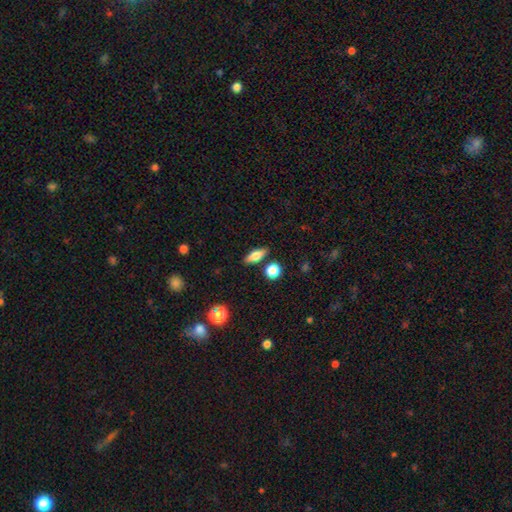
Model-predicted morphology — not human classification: This is likely a smooth galaxy (63%). How rounded: likely in between (61%). Merging: clearly none (83%).